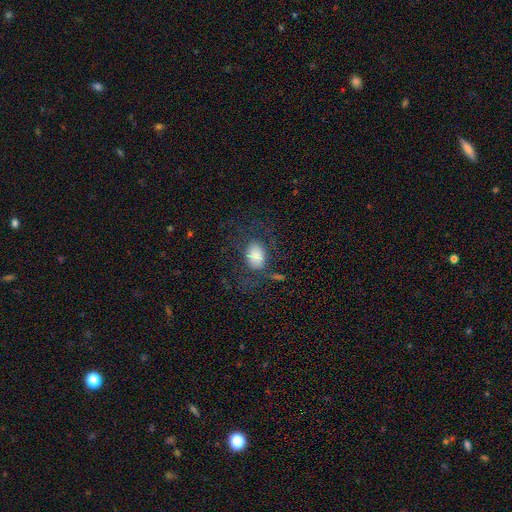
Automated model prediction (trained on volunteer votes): This appears to be a smooth galaxy with no disk features (69%) that is in between round and cigar-shaped (66%). Merging: none (54%).